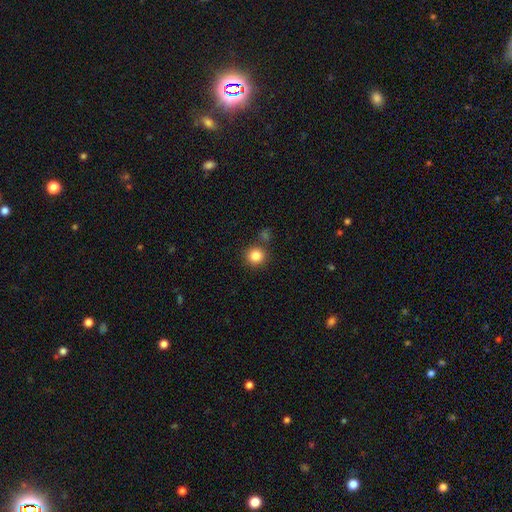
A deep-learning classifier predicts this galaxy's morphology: smooth 84%, star or artifact 11%, featured or disk 5%. Down the decision tree: how rounded — round (93%); merging — none (82%).